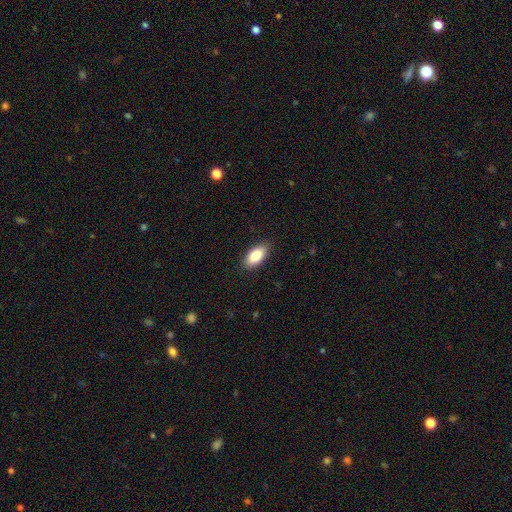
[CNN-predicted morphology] type=smooth (87%); roundness=in between (92%); merging=none (86%).